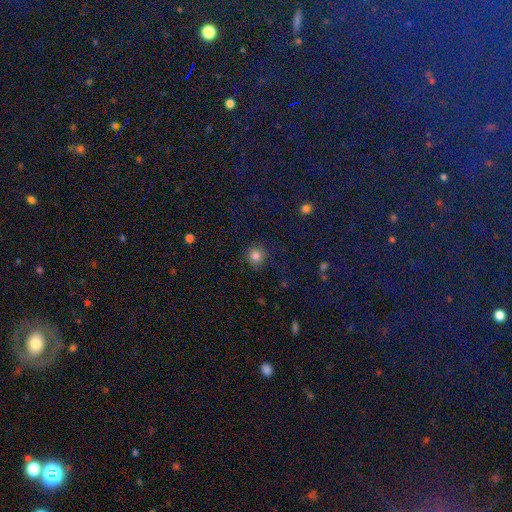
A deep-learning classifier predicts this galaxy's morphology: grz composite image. It shows a smooth galaxy with no disk features (82%) that is round (92%). Merging: none (88%).